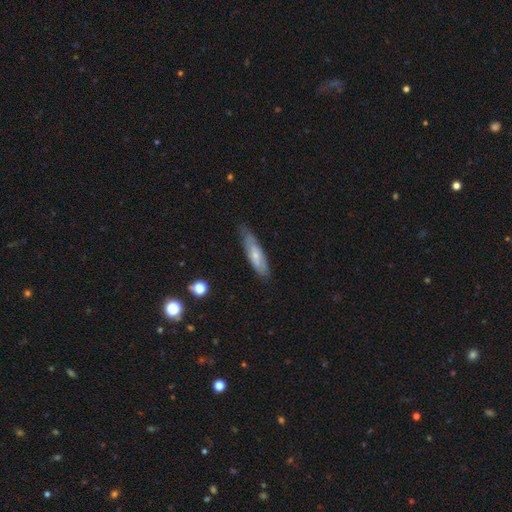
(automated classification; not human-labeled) Overall: smooth (52%; featured or disk 41%). How rounded: cigar-shaped (65%; in between 33%). Merging: none (71%).